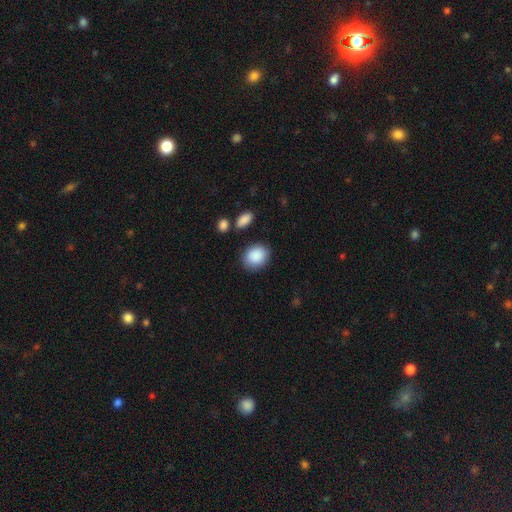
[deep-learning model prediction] Overall: smooth (90%). How rounded: in between (51%; round 48%). Merging: none (81%).